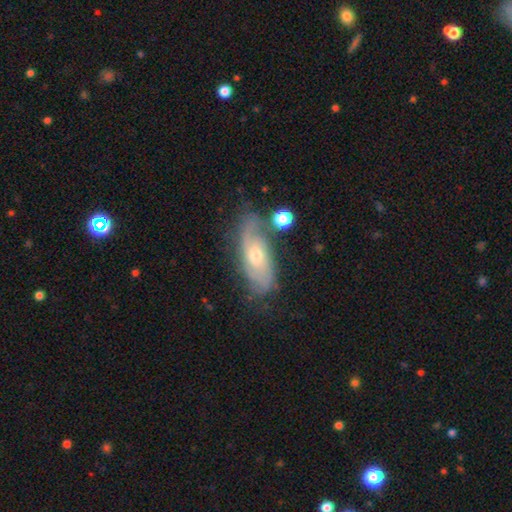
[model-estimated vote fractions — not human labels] smooth_or_featured: featured or disk (p=0.72) [alt: smooth p=0.21]
disk_edge_on: no (p=0.88) [alt: yes p=0.12]
bar: no (p=0.70) [alt: weak p=0.26]
has_spiral_arms: yes (p=0.88) [alt: no p=0.12]
spiral_winding: medium (p=0.39) [alt: tight p=0.37]
spiral_arm_count: 2 (p=0.54) [alt: can't tell p=0.27]
bulge_size: moderate (p=0.59) [alt: small p=0.36]
merging: none (p=0.57) [alt: minor disturbance p=0.24]